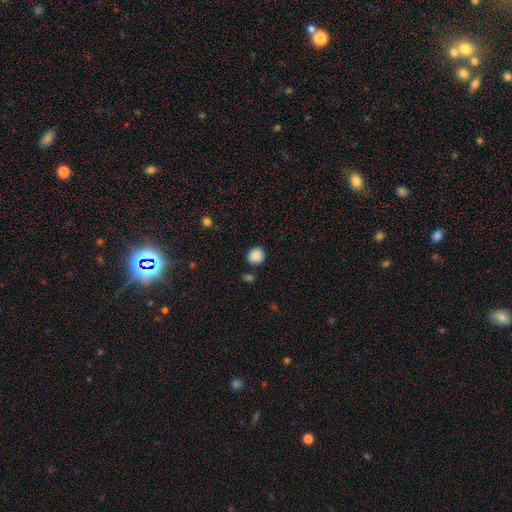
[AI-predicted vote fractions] Morphology: type=smooth (88%); roundness=round (80%); merging=none (83%).